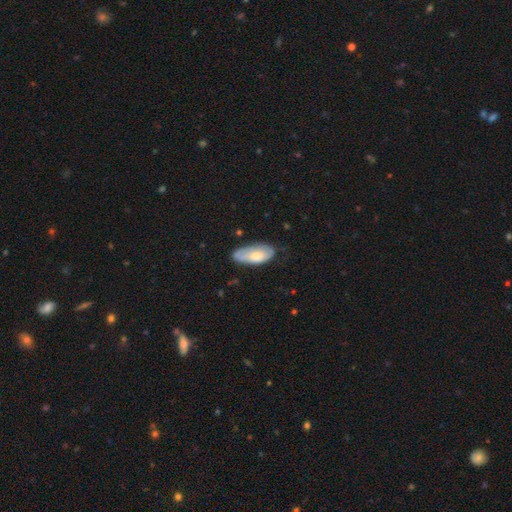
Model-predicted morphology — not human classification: smooth 66%, featured or disk 29%, star or artifact 6%. Down the decision tree: how rounded — in between (87%); merging — none (63%).